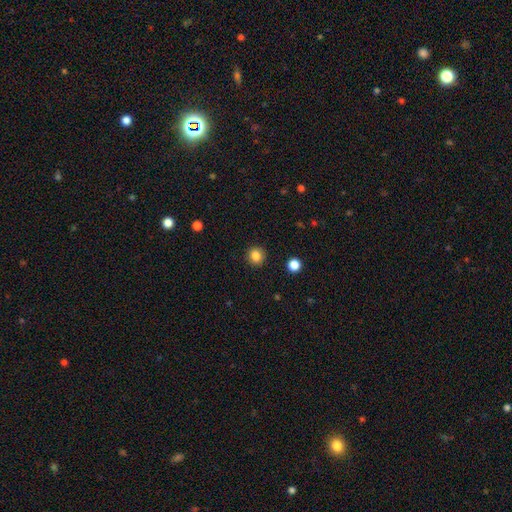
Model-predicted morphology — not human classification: Overall: smooth (85%). How rounded: round (91%). Merging: none (92%).